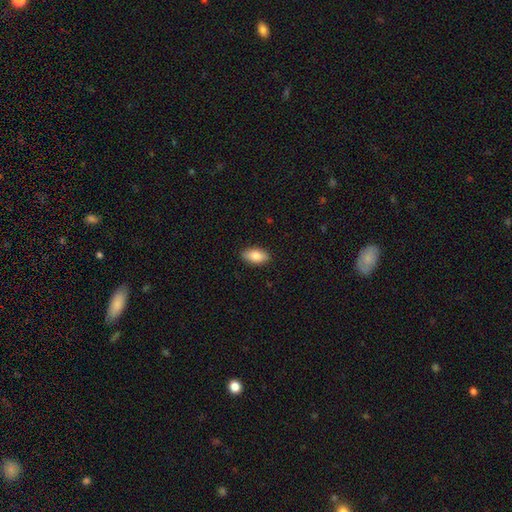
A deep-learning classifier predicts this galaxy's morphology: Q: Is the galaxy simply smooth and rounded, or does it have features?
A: smooth — 84%.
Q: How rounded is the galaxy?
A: in between — 91%.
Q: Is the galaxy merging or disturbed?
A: none — 89%.